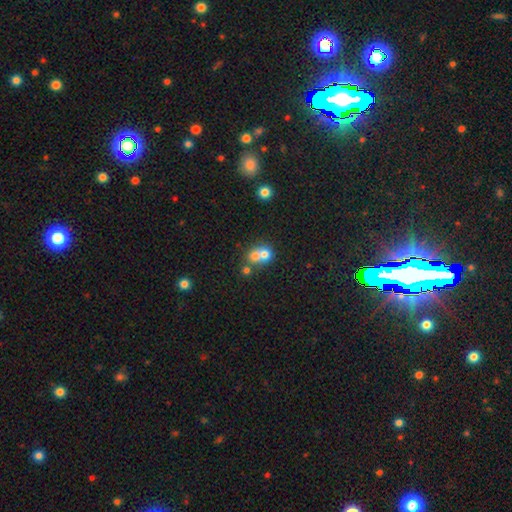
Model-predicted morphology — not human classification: Overall: smooth (68%). How rounded: round (75%). Merging: merger (65%; none 27%).